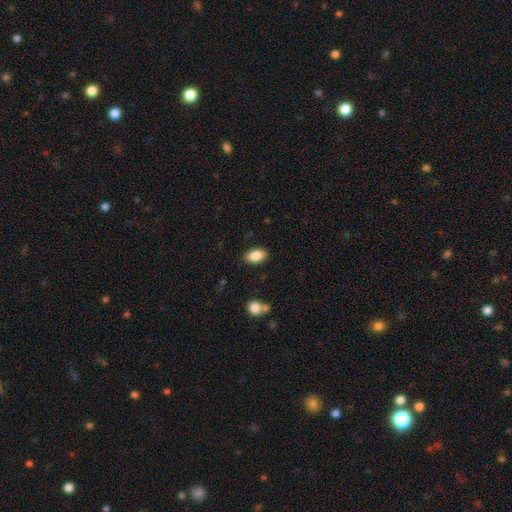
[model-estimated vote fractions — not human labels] This appears to be a smooth galaxy with no disk features (85%) that is in between round and cigar-shaped (91%). Merging: none (86%).